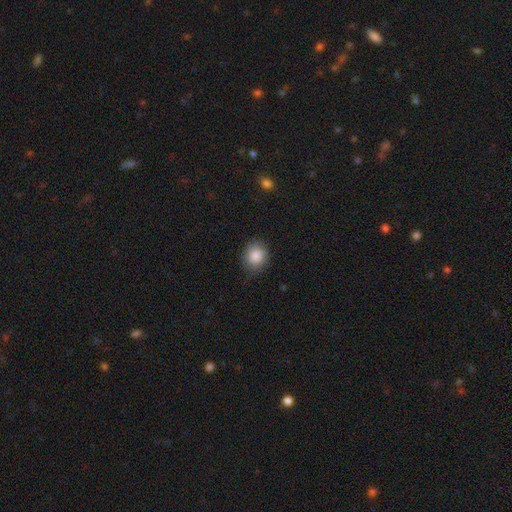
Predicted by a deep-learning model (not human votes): smooth_or_featured: smooth (p=0.87) [alt: star or artifact p=0.08]
how_rounded: round (p=0.73) [alt: in between p=0.26]
merging: none (p=0.77) [alt: minor disturbance p=0.18]